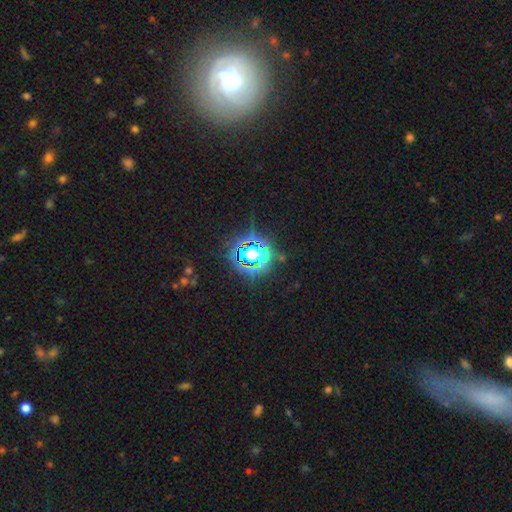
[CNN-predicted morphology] This is likely a star or artifact rather than a galaxy (75%).